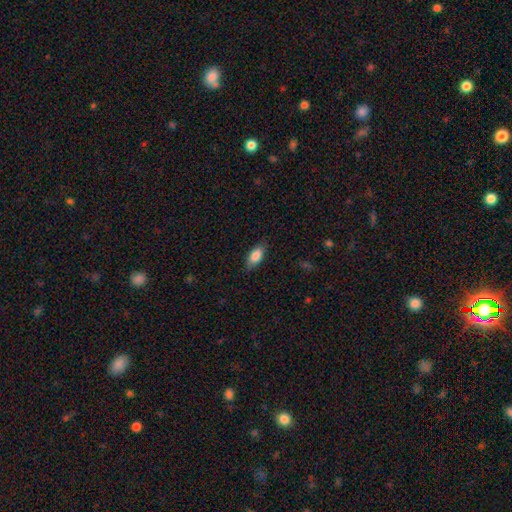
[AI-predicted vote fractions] Q: Smooth or featured?
A: smooth (84%); runner-up: featured or disk (10%)
Q: How rounded?
A: in between (87%); runner-up: cigar-shaped (10%)
Q: Merging?
A: none (82%); runner-up: minor disturbance (14%)